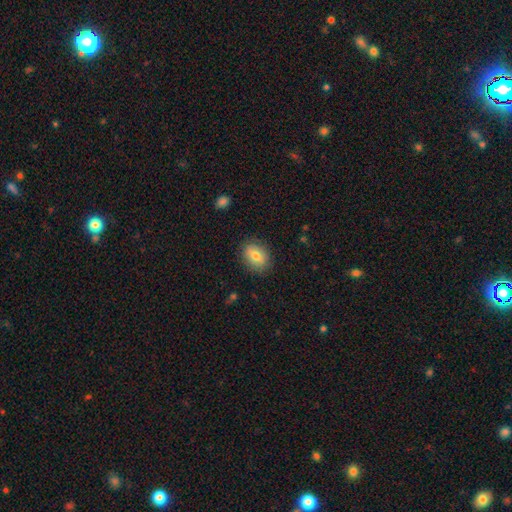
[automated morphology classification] Smooth or featured? Predicted: smooth (p=0.74). How rounded? Predicted: in between (p=0.68). Merging? Predicted: none (p=0.85).